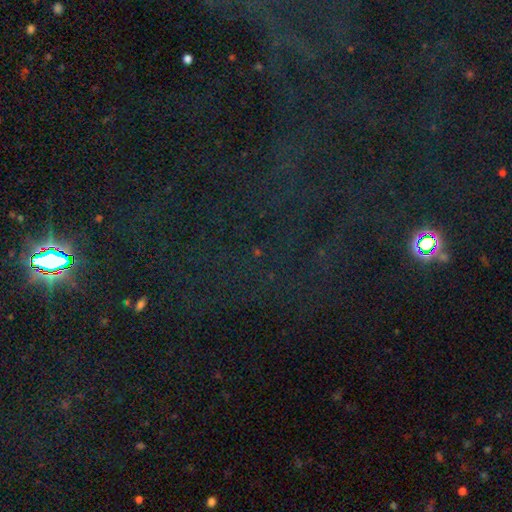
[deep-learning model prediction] This appears to be a star or artifact, not a galaxy (79%).